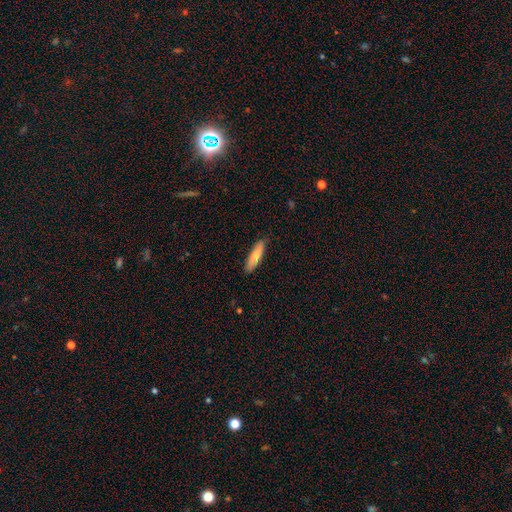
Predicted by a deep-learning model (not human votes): A smooth galaxy with no disk features (77%) that is cigar-shaped (69%). Merging: none (86%).